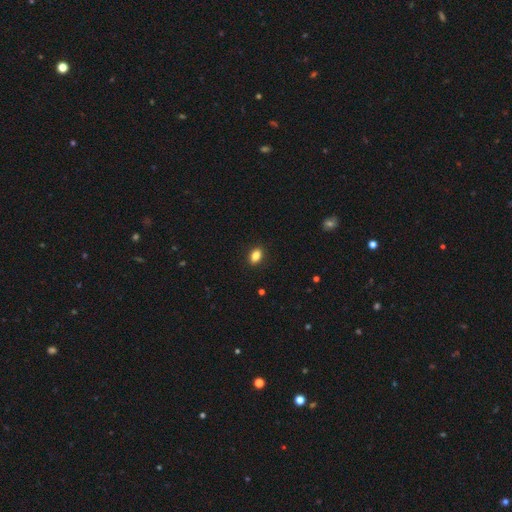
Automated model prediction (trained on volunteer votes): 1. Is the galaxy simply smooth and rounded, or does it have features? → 85% smooth, 9% star or artifact, 5% featured or disk.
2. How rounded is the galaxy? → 84% in between, 14% round, 3% cigar-shaped.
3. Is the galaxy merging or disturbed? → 89% none, 8% minor disturbance, 2% major disturbance, 1% merger.